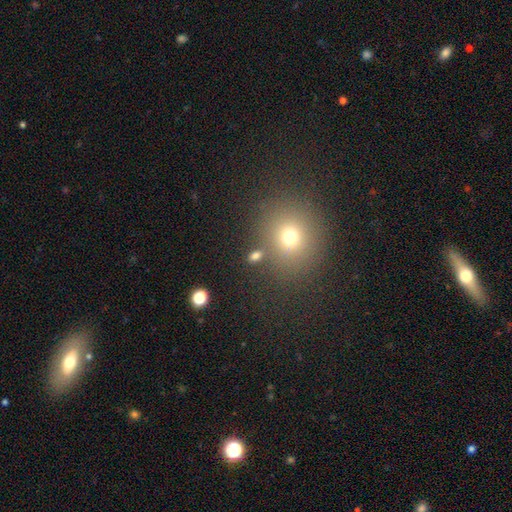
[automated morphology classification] A smooth galaxy with no disk features (73%) that is in between round and cigar-shaped (56%).

Vote fractions:
- Smooth or featured? smooth: 73% / star or artifact: 19% / featured or disk: 8%
- How rounded? in between: 56% / round: 42% / cigar-shaped: 3%
- Merging? none: 77% / merger: 10% / minor disturbance: 9% / major disturbance: 4%